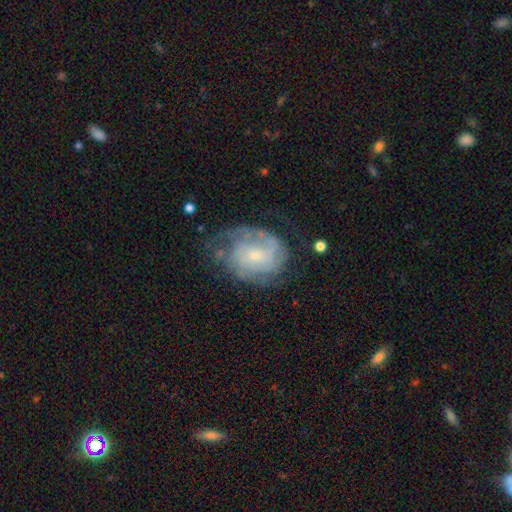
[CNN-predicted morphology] Smooth or featured? featured or disk (76%)
Edge-on disk? no (97%)
Bar? no (62%)
Spiral arms? yes (89%)
Spiral winding? tight (53%)
Spiral arm count? can't tell (38%)
Bulge size? small (67%)
Merging? none (55%)